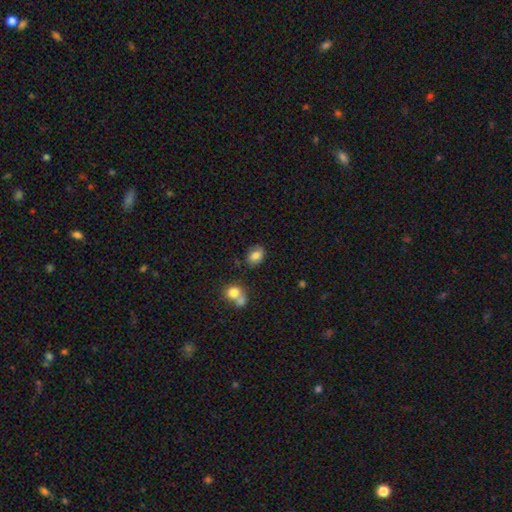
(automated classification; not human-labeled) Smooth or featured: smooth — 80% (featured or disk — 10%)
How rounded: in between — 68% (round — 31%)
Merging: none — 72% (minor disturbance — 18%)